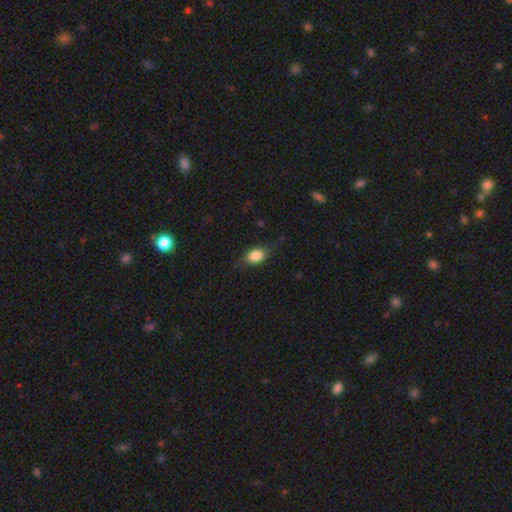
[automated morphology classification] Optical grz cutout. It shows a smooth galaxy with no disk features (79%) that is in between round and cigar-shaped (80%). Merging: none (69%).